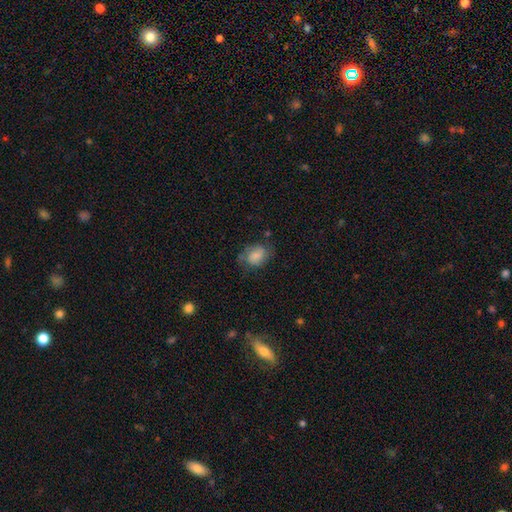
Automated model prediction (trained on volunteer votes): A smooth galaxy with no disk features (72%) that is in between round and cigar-shaped (66%). Merging: none (56%).